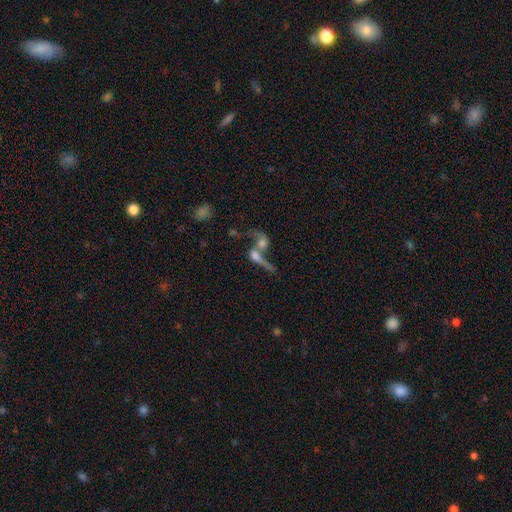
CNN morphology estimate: smooth-or-featured: featured or disk: 49% | smooth: 39% | star or artifact: 12%
  merging: merger: 74% | none: 11% | major disturbance: 10% | minor disturbance: 5%